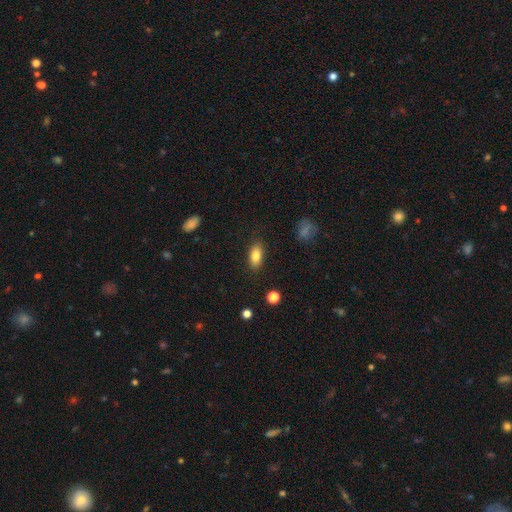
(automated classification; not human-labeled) A smooth galaxy with no disk features (82%) that is in between round and cigar-shaped (85%). Merging: none (86%).